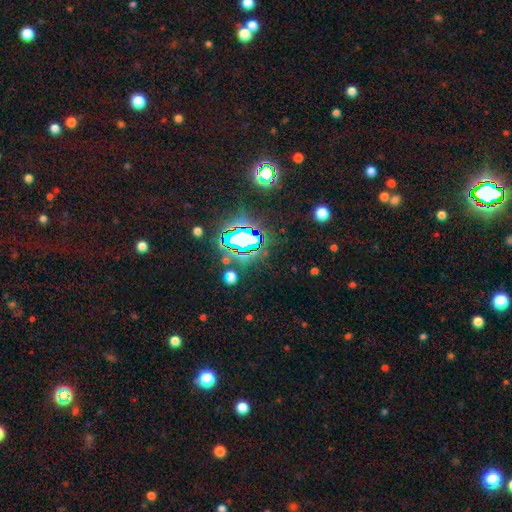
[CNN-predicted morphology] This is clearly a star or artifact rather than a galaxy (82%).